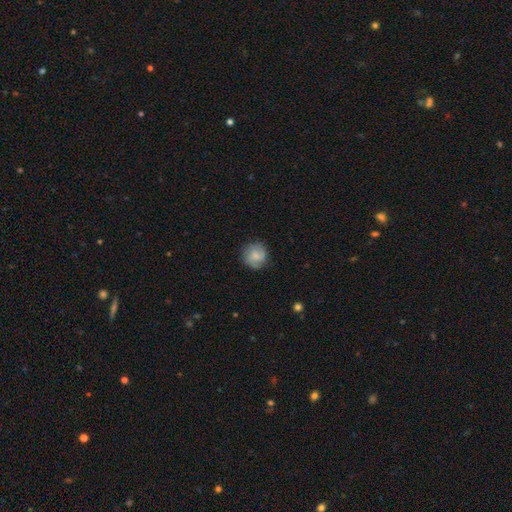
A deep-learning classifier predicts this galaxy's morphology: A smooth galaxy with no disk features (71%) that is round (90%). Merging: none (78%).